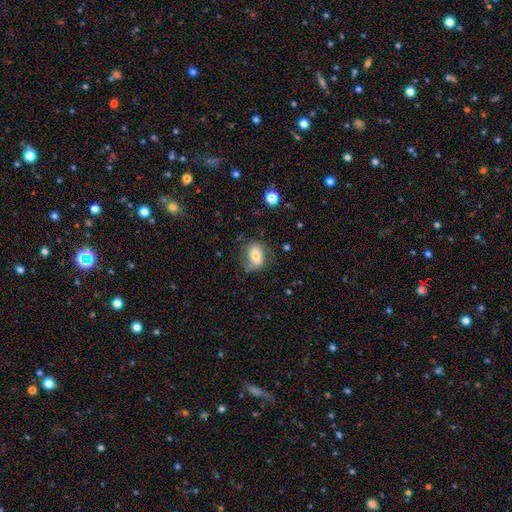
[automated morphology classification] type=smooth (63%); roundness=in between (74%); merging=none (66%).